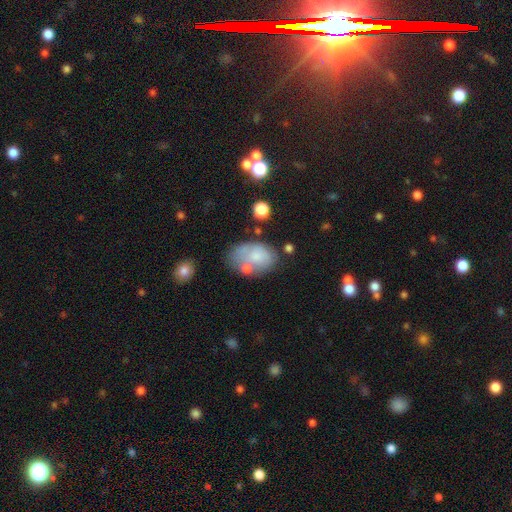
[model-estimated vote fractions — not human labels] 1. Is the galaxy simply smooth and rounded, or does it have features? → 69% smooth, 22% featured or disk, 9% star or artifact.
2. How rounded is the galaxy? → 87% in between, 12% round, 1% cigar-shaped.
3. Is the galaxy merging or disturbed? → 44% none, 26% minor disturbance, 18% merger, 13% major disturbance.